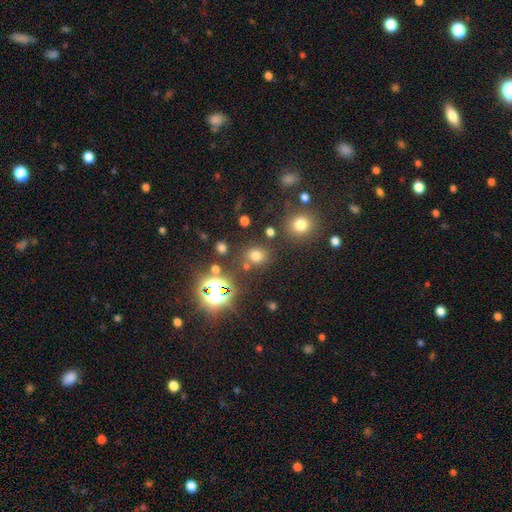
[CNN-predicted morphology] Overall: smooth (64%; star or artifact 29%). How rounded: round (70%). Merging: none (79%).